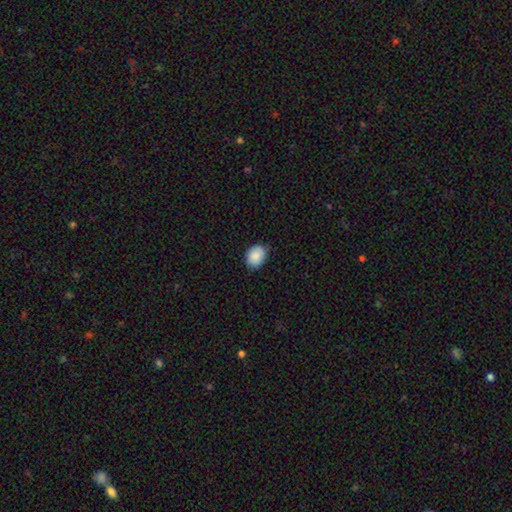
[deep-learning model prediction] smooth-or-featured: smooth: 88% | star or artifact: 7% | featured or disk: 5%
  how-rounded: in between: 54% | round: 45% | cigar-shaped: 1%
  merging: none: 80% | minor disturbance: 17% | major disturbance: 2% | merger: 1%